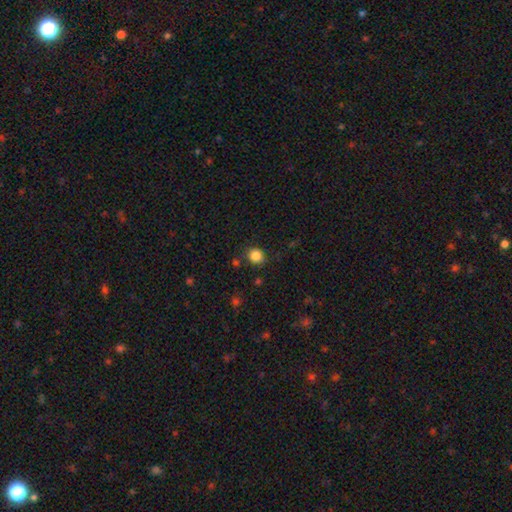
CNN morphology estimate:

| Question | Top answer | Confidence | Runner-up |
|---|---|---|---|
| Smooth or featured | smooth | 85% | star or artifact (11%) |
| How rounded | round | 82% | in between (17%) |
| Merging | none | 85% | minor disturbance (9%) |